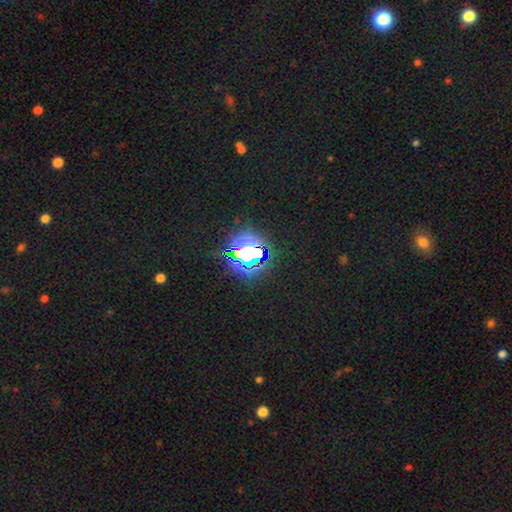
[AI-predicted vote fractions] star or artifact 74%, smooth 15%, featured or disk 10%.